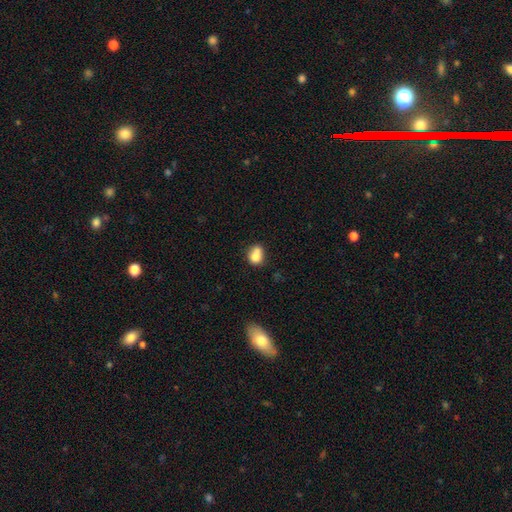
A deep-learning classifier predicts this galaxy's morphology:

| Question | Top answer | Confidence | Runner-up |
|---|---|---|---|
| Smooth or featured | smooth | 75% | featured or disk (15%) |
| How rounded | round | 55% | in between (44%) |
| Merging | merger | 41% | none (35%) |